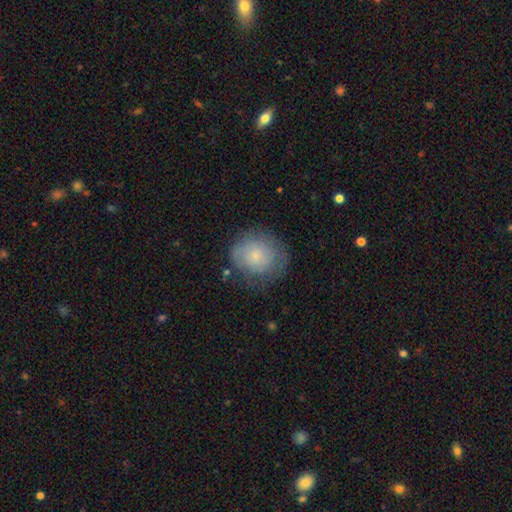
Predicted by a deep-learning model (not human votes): Smooth or featured: smooth — 60% (featured or disk — 31%)
How rounded: round — 78% (in between — 21%)
Merging: none — 62% (minor disturbance — 24%)